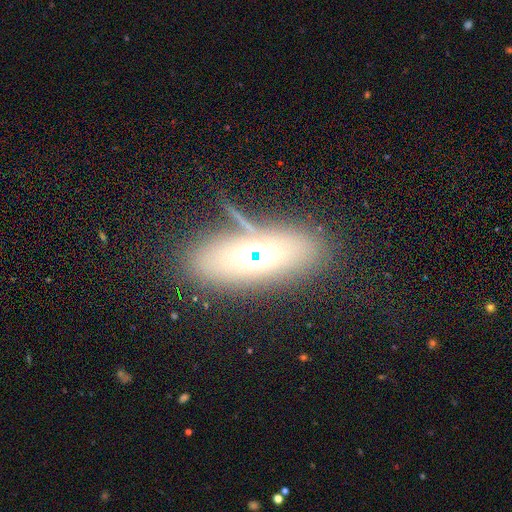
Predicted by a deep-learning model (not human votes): Smooth or featured? Predicted: smooth (p=0.48). Merging? Predicted: none (p=0.73).